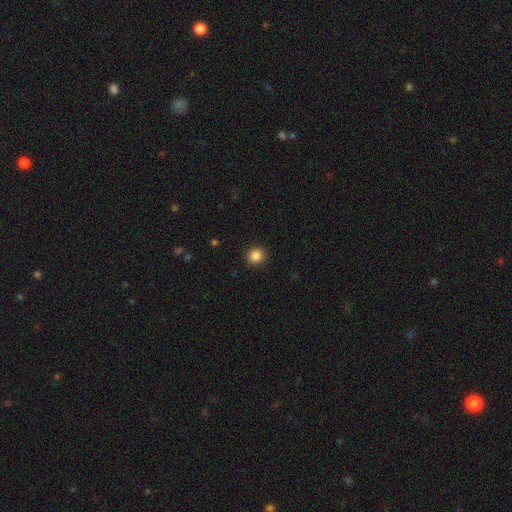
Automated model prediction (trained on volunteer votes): Overall: smooth (86%). How rounded: round (91%). Merging: none (92%).